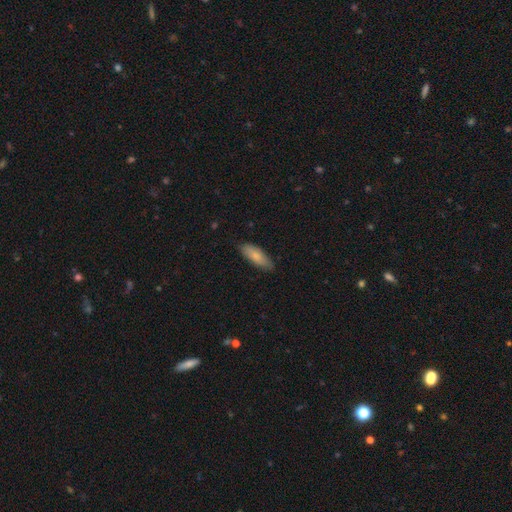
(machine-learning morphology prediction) Smooth or featured? smooth (82%)
How rounded? in between (65%)
Merging? none (82%)